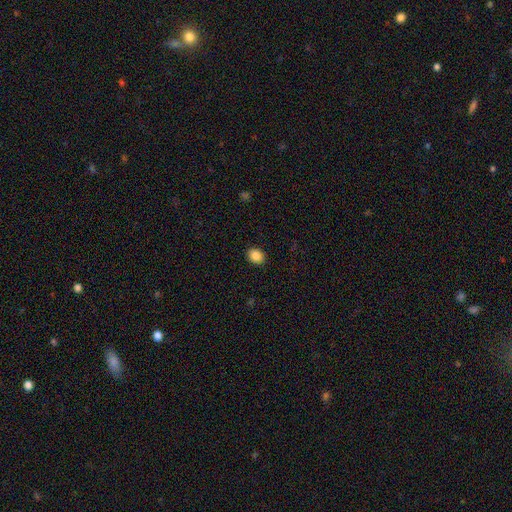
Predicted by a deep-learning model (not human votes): Smooth or featured? Predicted: smooth (p=0.87). How rounded? Predicted: in between (p=0.57). Merging? Predicted: none (p=0.90).